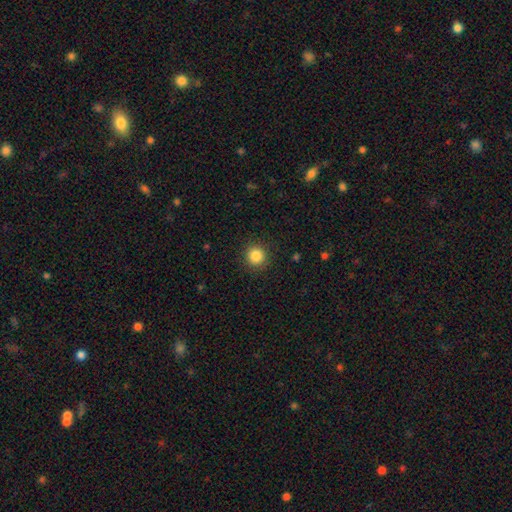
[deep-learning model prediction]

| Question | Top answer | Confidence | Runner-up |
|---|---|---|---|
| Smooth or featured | smooth | 85% | star or artifact (11%) |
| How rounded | round | 94% | in between (6%) |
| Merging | none | 91% | minor disturbance (6%) |